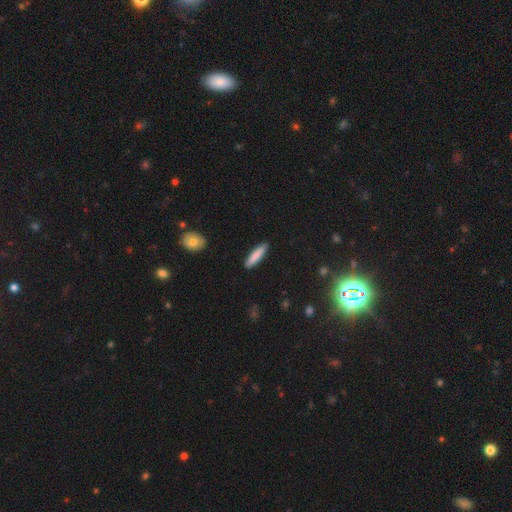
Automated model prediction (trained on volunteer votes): This is clearly a smooth galaxy (84%). How rounded: clearly cigar-shaped (83%). Merging: clearly none (89%).